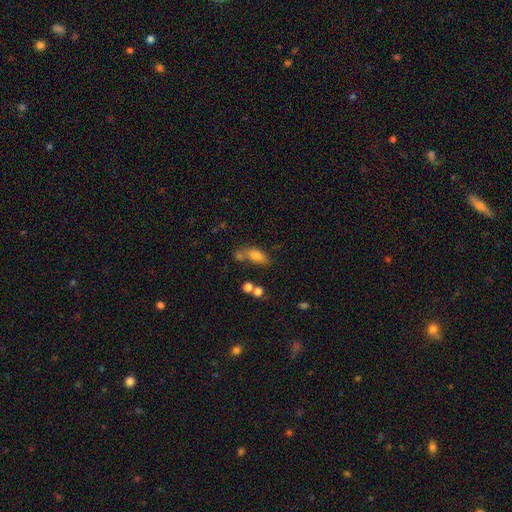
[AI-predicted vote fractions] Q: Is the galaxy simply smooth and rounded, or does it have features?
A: smooth — 74%.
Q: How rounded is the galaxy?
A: in between — 80%.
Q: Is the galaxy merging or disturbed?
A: none — 49%.